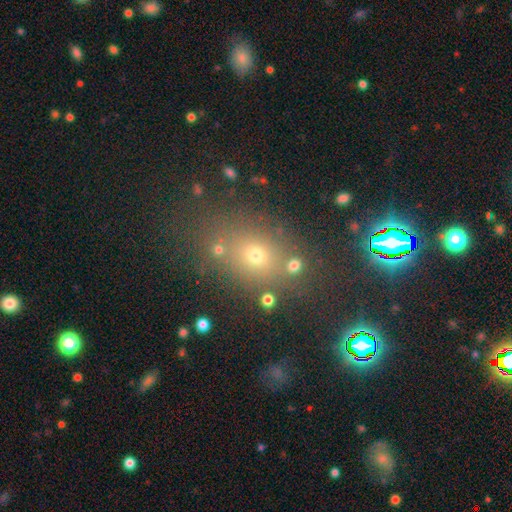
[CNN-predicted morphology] Smooth or featured? smooth (52%)
How rounded? round (52%)
Merging? none (75%)